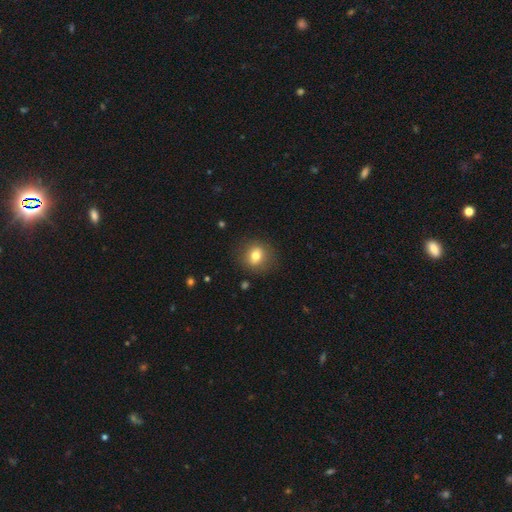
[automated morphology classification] smooth_or_featured: smooth (p=0.76) [alt: featured or disk p=0.14]
how_rounded: round (p=0.73) [alt: in between p=0.26]
merging: none (p=0.85) [alt: minor disturbance p=0.10]